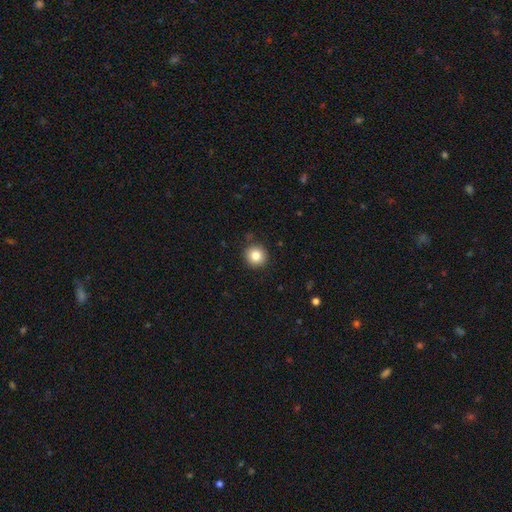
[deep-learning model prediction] smooth_or_featured: smooth (p=0.83) [alt: star or artifact p=0.10]
how_rounded: round (p=0.95) [alt: in between p=0.04]
merging: none (p=0.89) [alt: minor disturbance p=0.07]